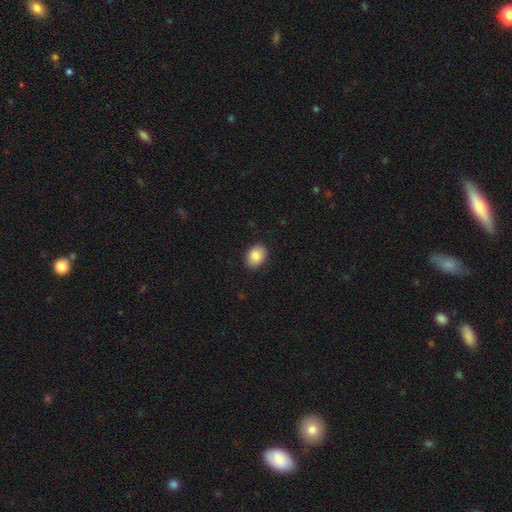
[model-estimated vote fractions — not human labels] Smooth or featured: smooth — 88% (star or artifact — 7%)
How rounded: in between — 71% (round — 29%)
Merging: none — 88% (minor disturbance — 9%)